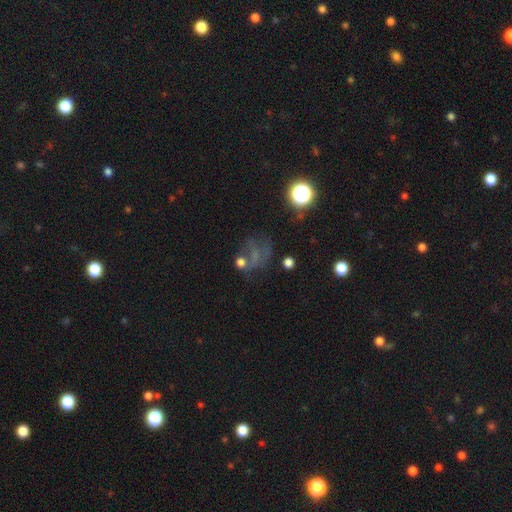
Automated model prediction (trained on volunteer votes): Morphology: type=star or artifact (34%, tied with smooth).